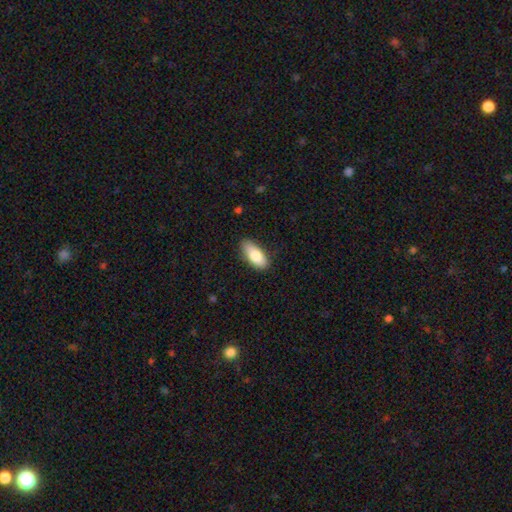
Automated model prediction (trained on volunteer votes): Smooth or featured: smooth — 79% (featured or disk — 15%)
How rounded: in between — 84% (cigar-shaped — 13%)
Merging: none — 79% (minor disturbance — 17%)